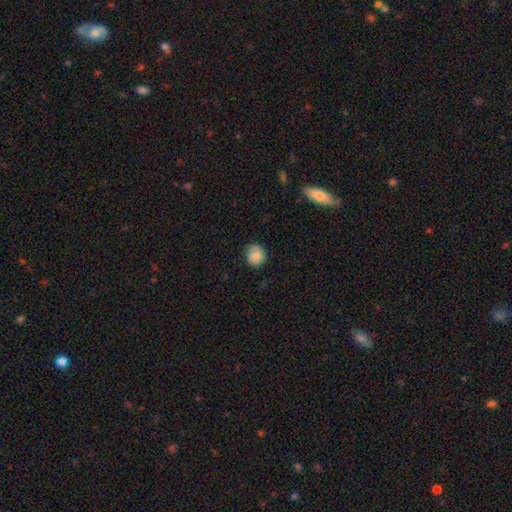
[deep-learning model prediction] A smooth galaxy with no disk features (79%) that is round (81%).

Vote fractions:
- Smooth or featured? smooth: 79% / featured or disk: 13% / star or artifact: 8%
- How rounded? round: 81% / in between: 18% / cigar-shaped: 1%
- Merging? none: 72% / minor disturbance: 22% / major disturbance: 5% / merger: 1%